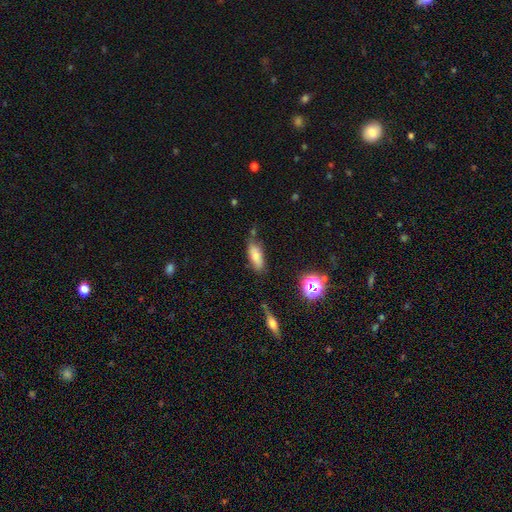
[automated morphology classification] Smooth or featured?
  - smooth: 73% *
  - featured or disk: 16%
  - star or artifact: 11%
How rounded?
  - in between: 69% *
  - cigar-shaped: 28%
  - round: 3%
Merging?
  - none: 63% *
  - minor disturbance: 25%
  - major disturbance: 6%
  - merger: 6%